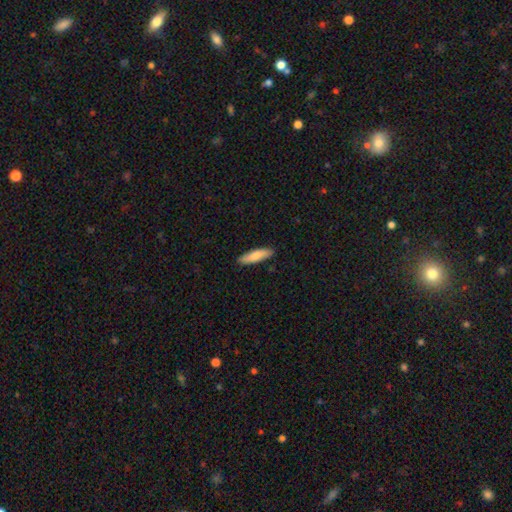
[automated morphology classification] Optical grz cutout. It shows a smooth galaxy with no disk features (80%) that is cigar-shaped (68%). Merging: none (88%).